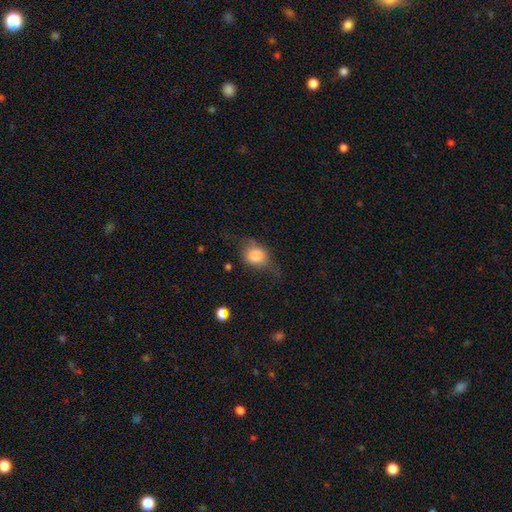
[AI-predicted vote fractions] smooth_or_featured: smooth (p=0.70) [alt: featured or disk p=0.20]
how_rounded: round (p=0.56) [alt: in between p=0.42]
merging: none (p=0.44) [alt: minor disturbance p=0.31]